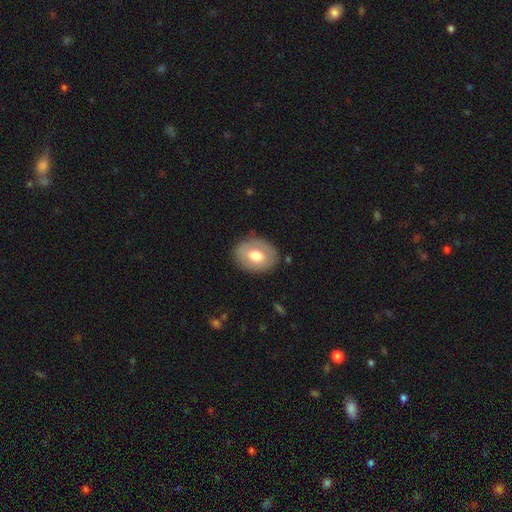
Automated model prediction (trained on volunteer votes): Smooth or featured? Predicted: smooth (p=0.62). How rounded? Predicted: in between (p=0.61). Merging? Predicted: none (p=0.82).